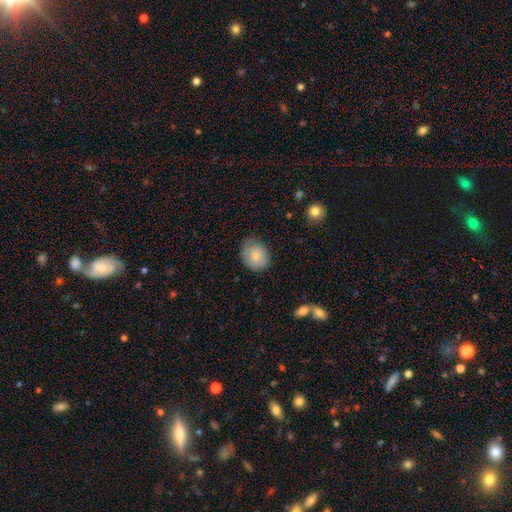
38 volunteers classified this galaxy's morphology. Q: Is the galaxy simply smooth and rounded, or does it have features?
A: smooth — 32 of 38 (84%).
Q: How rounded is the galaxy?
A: round — 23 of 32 (72%).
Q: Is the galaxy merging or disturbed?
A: none — 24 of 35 (69%).